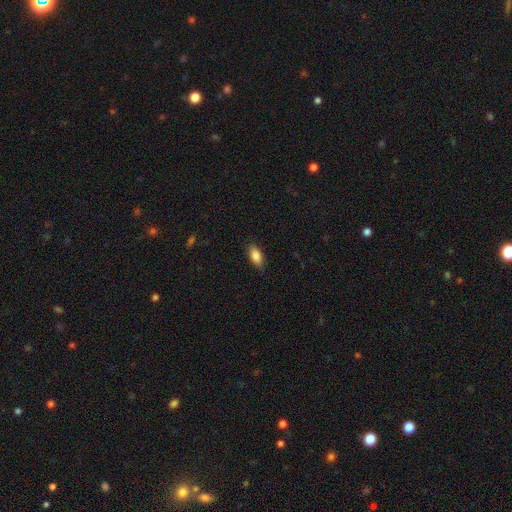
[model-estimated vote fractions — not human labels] Smooth or featured: smooth — 86% (star or artifact — 7%)
How rounded: in between — 86% (cigar-shaped — 11%)
Merging: none — 84% (minor disturbance — 12%)